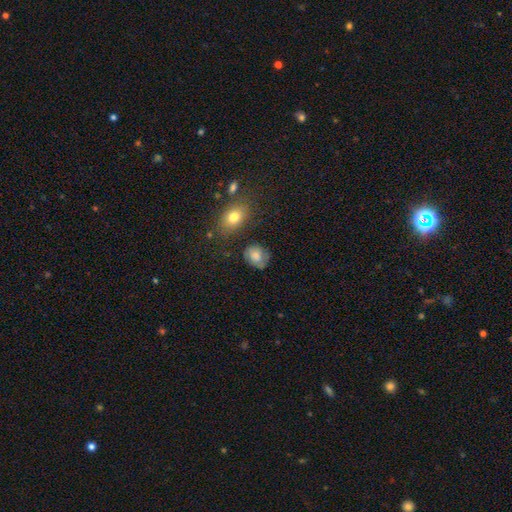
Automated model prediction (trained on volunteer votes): Smooth or featured? smooth (73%)
How rounded? round (56%)
Merging? none (62%)